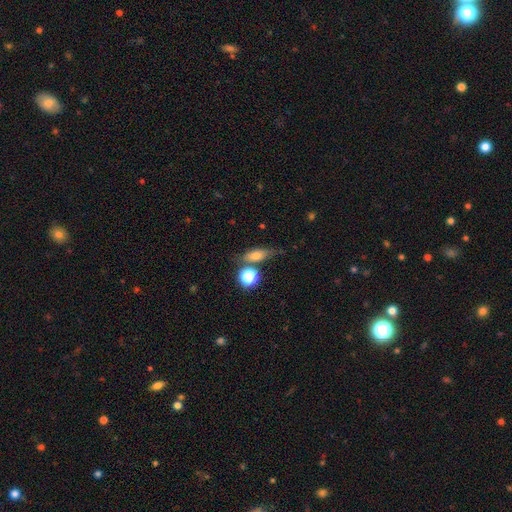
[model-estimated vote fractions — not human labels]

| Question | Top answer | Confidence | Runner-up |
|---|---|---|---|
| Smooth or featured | smooth | 69% | featured or disk (17%) |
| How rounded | in between | 58% | cigar-shaped (26%) |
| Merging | none | 62% | minor disturbance (19%) |